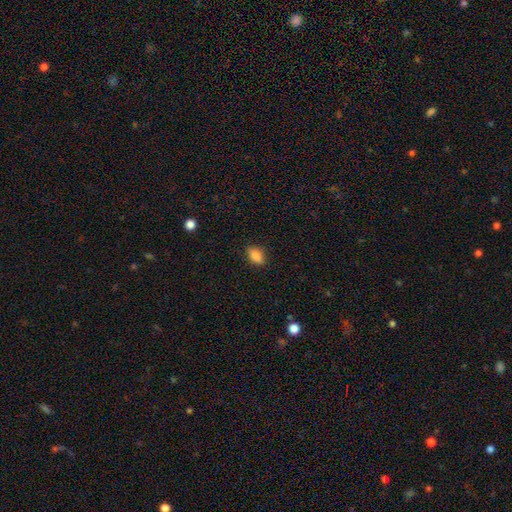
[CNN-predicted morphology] Smooth or featured: smooth — 86% (star or artifact — 9%)
How rounded: in between — 83% (round — 13%)
Merging: none — 85% (minor disturbance — 12%)